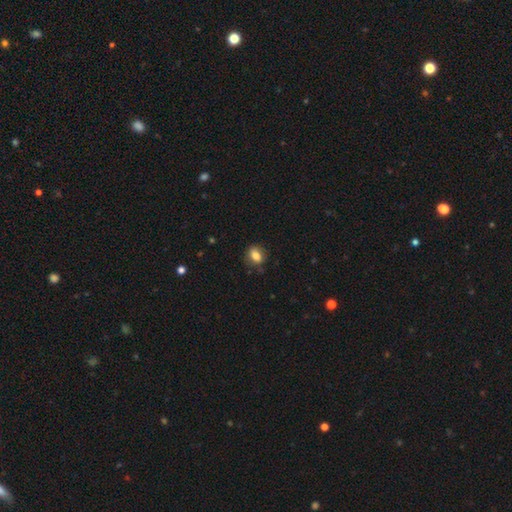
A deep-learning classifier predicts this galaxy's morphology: smooth 79%, featured or disk 12%, star or artifact 9%. Down the decision tree: how rounded — in between (63%); merging — none (77%).